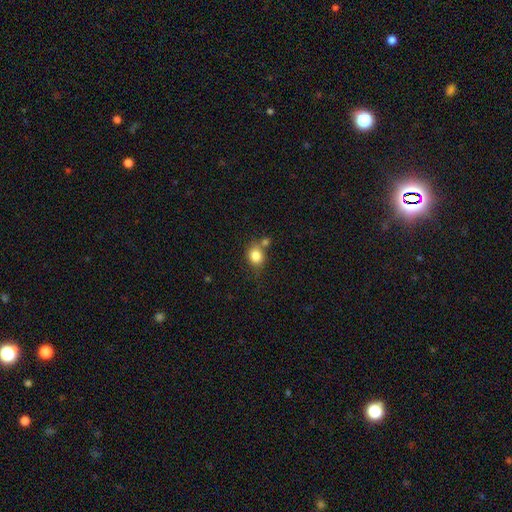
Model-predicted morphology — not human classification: Smooth or featured? Predicted: smooth (p=0.82). How rounded? Predicted: round (p=0.66). Merging? Predicted: none (p=0.56).